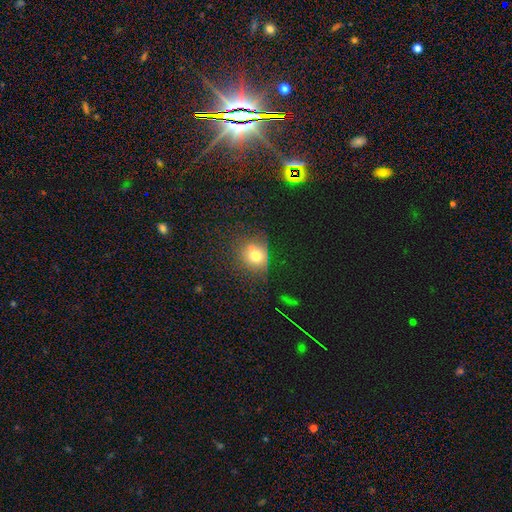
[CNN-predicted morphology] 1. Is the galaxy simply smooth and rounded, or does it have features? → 70% smooth, 16% star or artifact, 14% featured or disk.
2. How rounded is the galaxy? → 74% round, 24% in between, 2% cigar-shaped.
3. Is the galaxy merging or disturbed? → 53% none, 22% minor disturbance, 14% merger, 12% major disturbance.